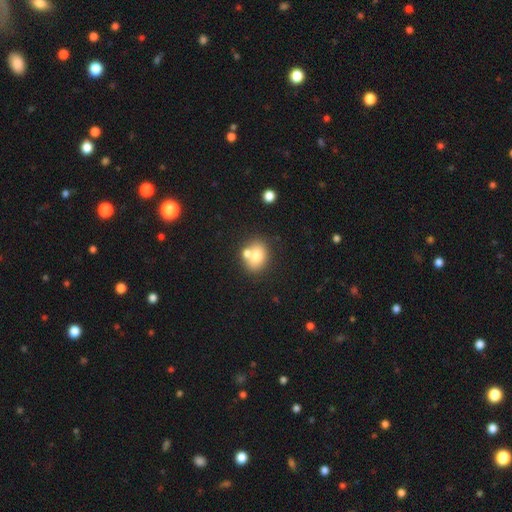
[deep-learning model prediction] This is likely a smooth galaxy (75%). How rounded: possibly in between (52%). Merging: possibly none (57%).